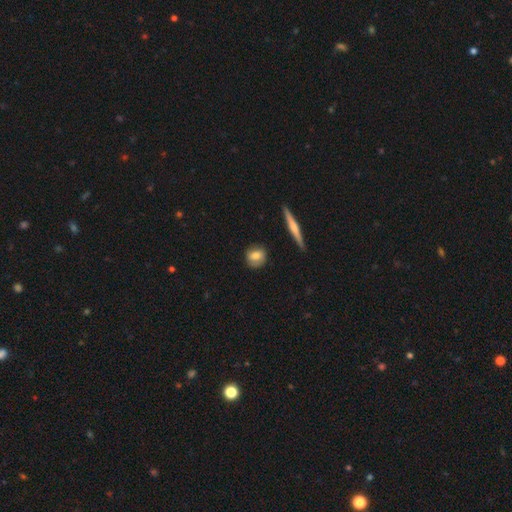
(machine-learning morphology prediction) This is likely a smooth galaxy (69%). How rounded: likely round (69%). Merging: clearly none (81%).